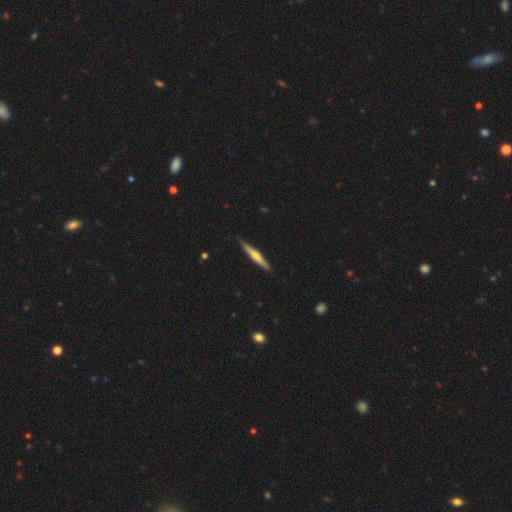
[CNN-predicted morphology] Smooth or featured? featured or disk (58%)
Edge-on disk? yes (97%)
Edge-on bulge? rounded (62%)
Merging? none (90%)